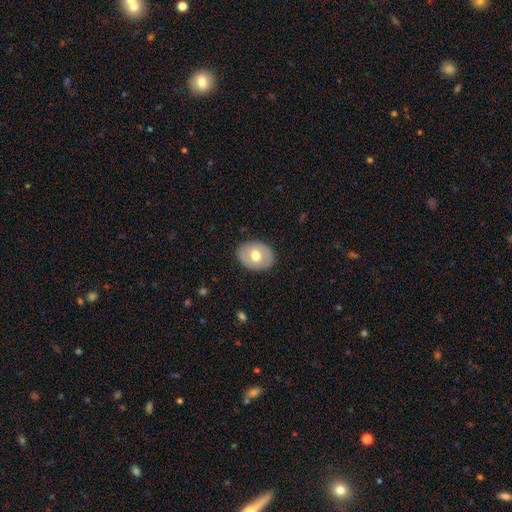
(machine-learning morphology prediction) Overall: smooth (60%; featured or disk 34%). How rounded: in between (64%; round 35%). Merging: none (87%).